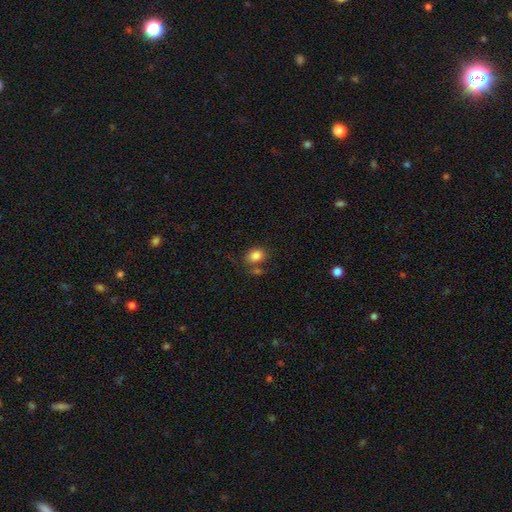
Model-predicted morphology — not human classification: smooth 85%, star or artifact 10%, featured or disk 6%. Down the decision tree: how rounded — in between (56%); merging — none (66%).